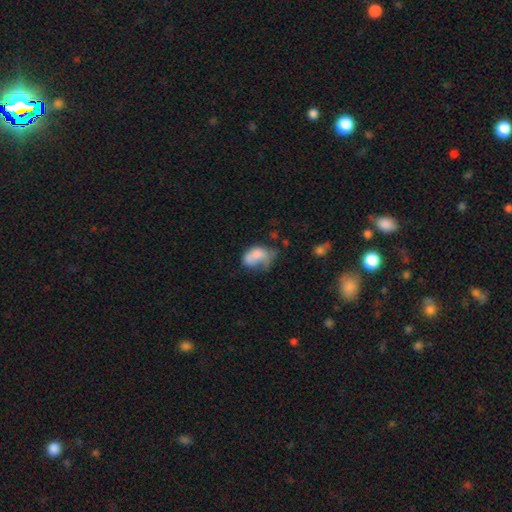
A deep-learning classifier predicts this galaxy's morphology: The model was most divided on "merging": major disturbance: 37%, minor disturbance: 27%, none: 24%, merger: 13%. More confident: how rounded — in between (81%); smooth or featured — smooth (63%).